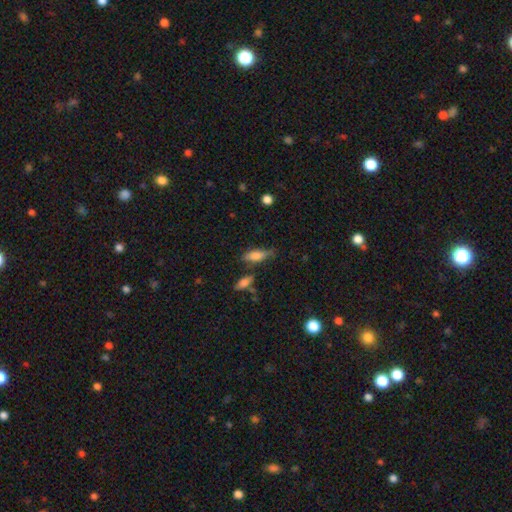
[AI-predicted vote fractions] Smooth or featured: smooth — 73% (featured or disk — 19%)
How rounded: in between — 66% (cigar-shaped — 31%)
Merging: none — 61% (minor disturbance — 23%)